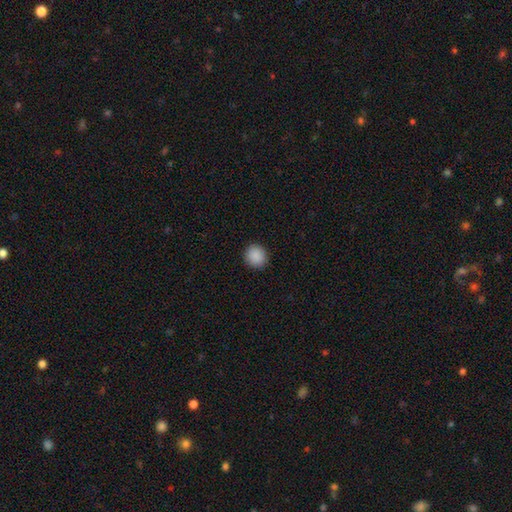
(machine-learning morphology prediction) The model was most divided on "how rounded": round: 90%, in between: 9%, cigar-shaped: 1%. More confident: merging — none (92%); smooth or featured — smooth (90%).